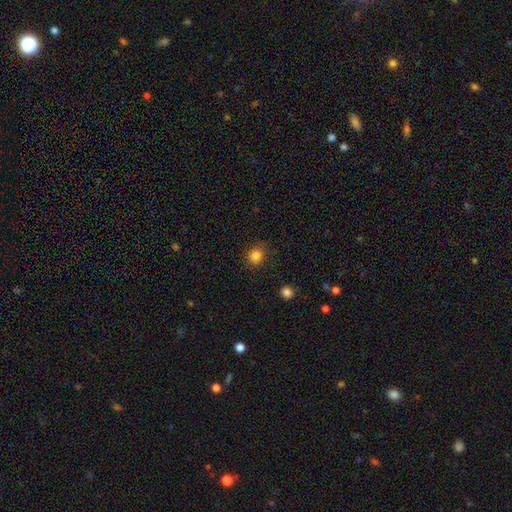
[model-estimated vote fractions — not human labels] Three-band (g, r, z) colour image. It shows a smooth galaxy with no disk features (82%) that is round (81%). Merging: none (85%).